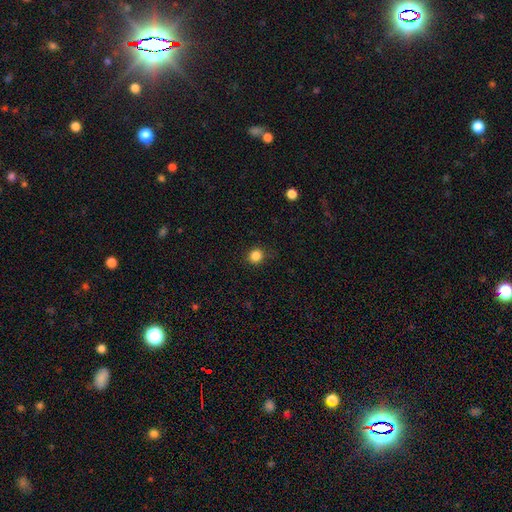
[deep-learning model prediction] Smooth or featured: smooth — 85% (star or artifact — 11%)
How rounded: round — 90% (in between — 9%)
Merging: none — 89% (minor disturbance — 8%)